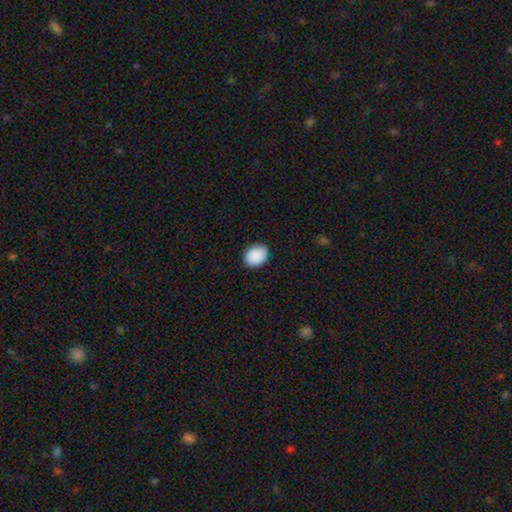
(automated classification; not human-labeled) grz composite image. It shows a smooth galaxy with no disk features (90%) that is in between round and cigar-shaped (62%). Merging: none (87%).